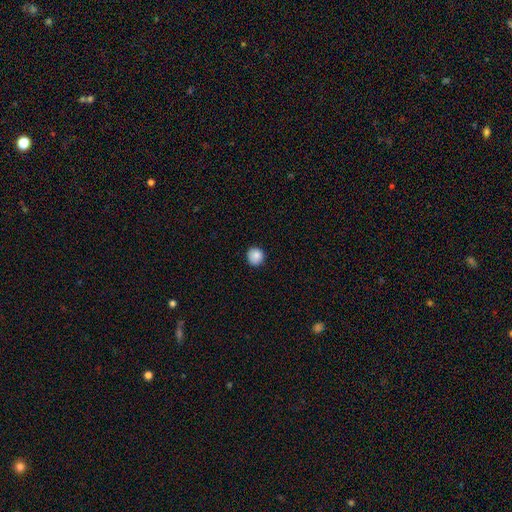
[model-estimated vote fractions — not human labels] Smooth or featured? smooth (87%)
How rounded? round (94%)
Merging? none (90%)